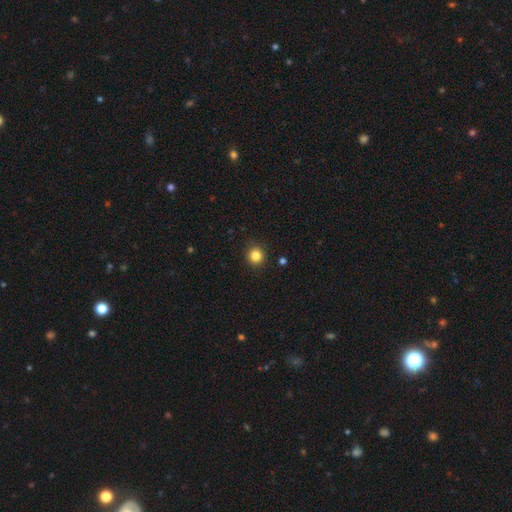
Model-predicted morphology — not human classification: smooth 84%, star or artifact 12%, featured or disk 5%. Down the decision tree: how rounded — round (91%); merging — none (89%).